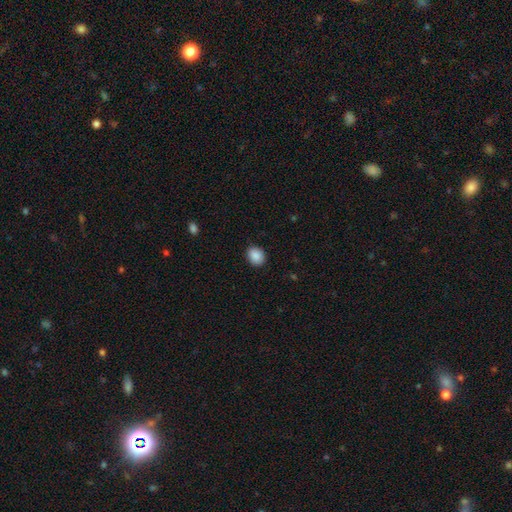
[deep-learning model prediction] This appears to be a smooth galaxy with no disk features (89%) that is round (62%). Merging: none (89%).